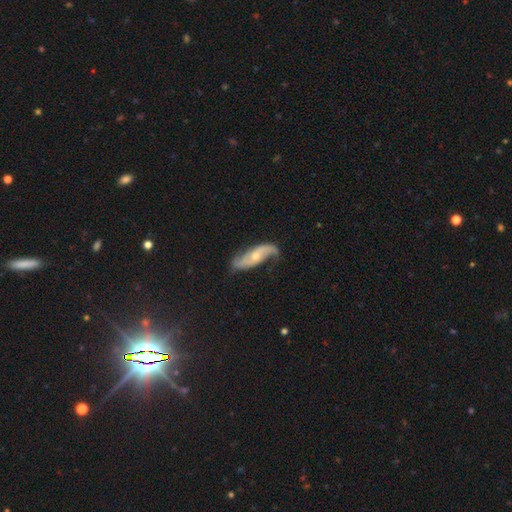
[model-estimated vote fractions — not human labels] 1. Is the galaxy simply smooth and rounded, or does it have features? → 74% featured or disk, 20% smooth, 6% star or artifact.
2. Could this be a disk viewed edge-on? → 85% no, 15% yes.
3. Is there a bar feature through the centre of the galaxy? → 60% no, 30% weak, 11% strong.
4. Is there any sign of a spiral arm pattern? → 91% yes, 9% no.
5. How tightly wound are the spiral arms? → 69% loose, 22% medium, 9% tight.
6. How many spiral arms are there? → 86% 2, 6% can't tell, 5% 1, 1% 3, 1% 4, 1% more than 4.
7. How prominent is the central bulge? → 50% moderate, 44% small, 3% none, 3% large, 1% dominant.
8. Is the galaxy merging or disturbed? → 61% none, 25% minor disturbance, 11% major disturbance, 2% merger.